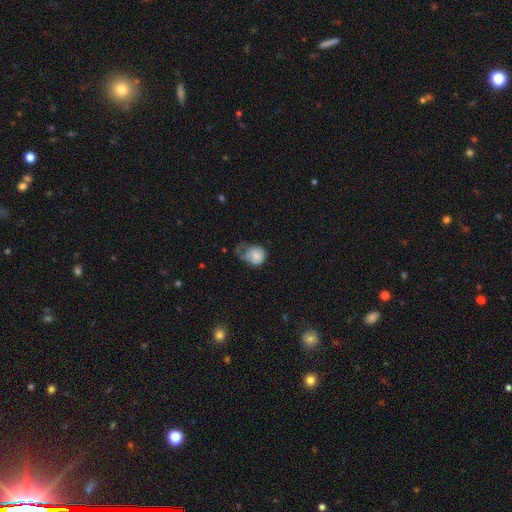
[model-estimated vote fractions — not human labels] This is likely a smooth galaxy (77%). How rounded: likely round (68%). Merging: marginally major disturbance (41%).